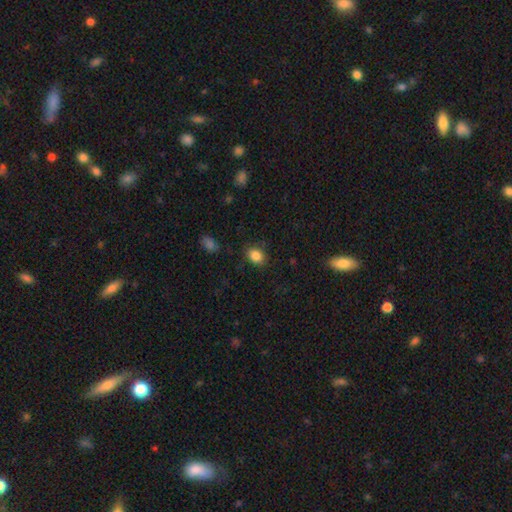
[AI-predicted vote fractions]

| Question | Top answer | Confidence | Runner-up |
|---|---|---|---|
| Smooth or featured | smooth | 85% | star or artifact (10%) |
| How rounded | in between | 63% | round (36%) |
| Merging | none | 83% | minor disturbance (12%) |